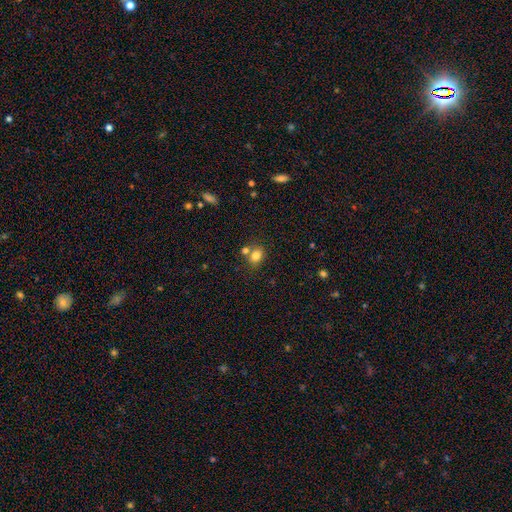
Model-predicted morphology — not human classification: Smooth or featured? Predicted: smooth (p=0.79). How rounded? Predicted: round (p=0.53). Merging? Predicted: none (p=0.59).